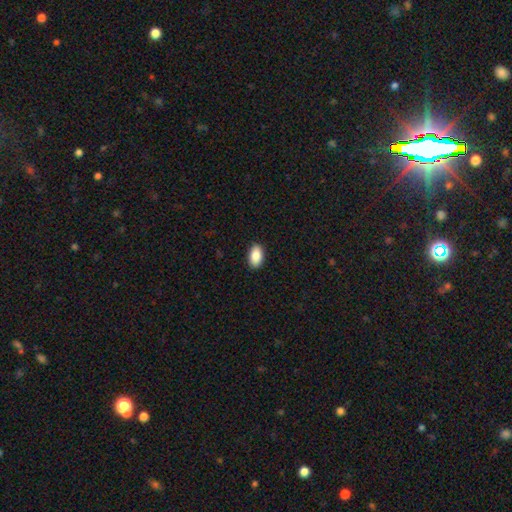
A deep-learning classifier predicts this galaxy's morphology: smooth 88%, star or artifact 7%, featured or disk 5%. Down the decision tree: how rounded — in between (93%); merging — none (90%).